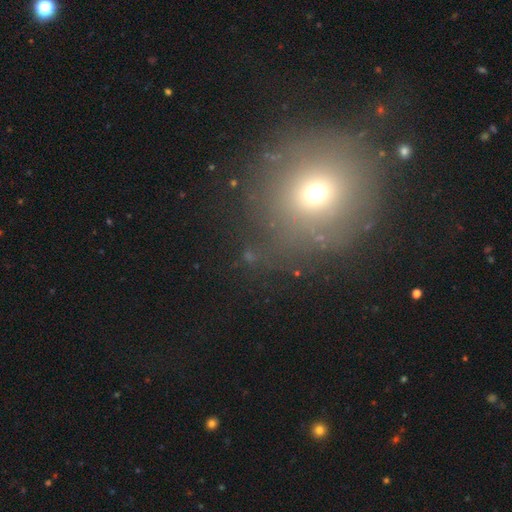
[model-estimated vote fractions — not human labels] Smooth or featured: smooth — 53% (star or artifact — 32%)
How rounded: round — 84% (in between — 14%)
Merging: none — 75% (minor disturbance — 12%)